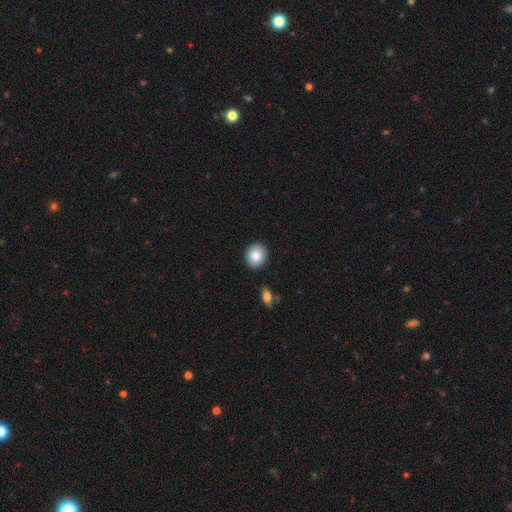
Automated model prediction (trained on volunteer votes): smooth 84%, featured or disk 8%, star or artifact 8%. Down the decision tree: how rounded — round (70%); merging — none (90%).